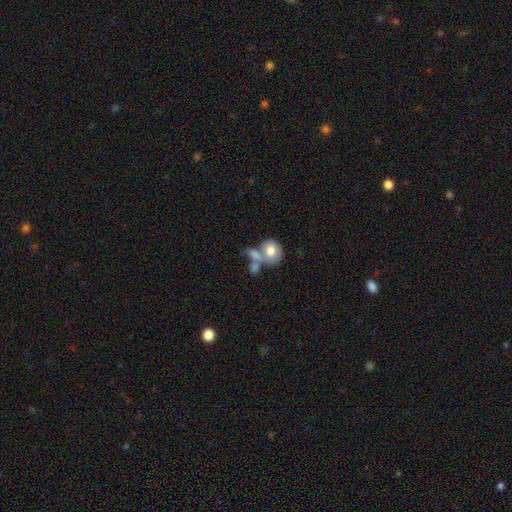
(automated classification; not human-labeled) Morphology: type=smooth (63%); roundness=round (52%); merging=merger (49%).